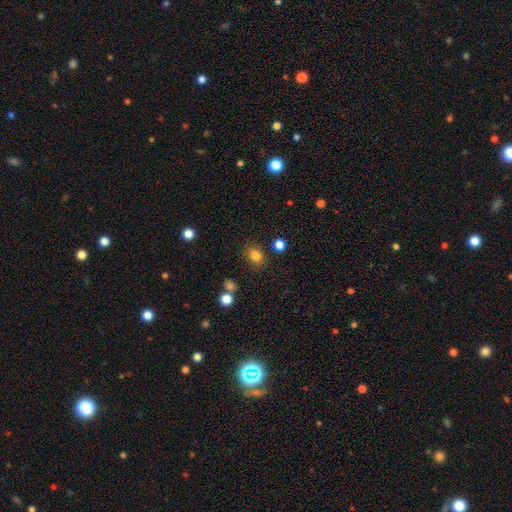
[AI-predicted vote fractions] This appears to be a smooth galaxy with no disk features (81%) that is round (55%). Merging: none (82%).